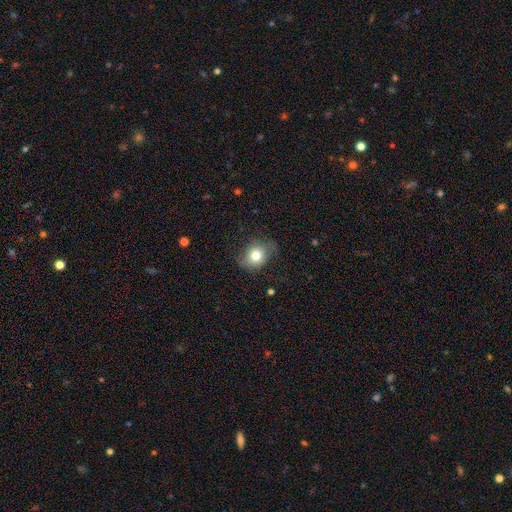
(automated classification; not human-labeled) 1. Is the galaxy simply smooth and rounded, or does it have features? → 74% smooth, 16% featured or disk, 10% star or artifact.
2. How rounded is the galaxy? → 57% round, 42% in between, 1% cigar-shaped.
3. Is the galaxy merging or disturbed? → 66% none, 24% minor disturbance, 9% major disturbance, 1% merger.